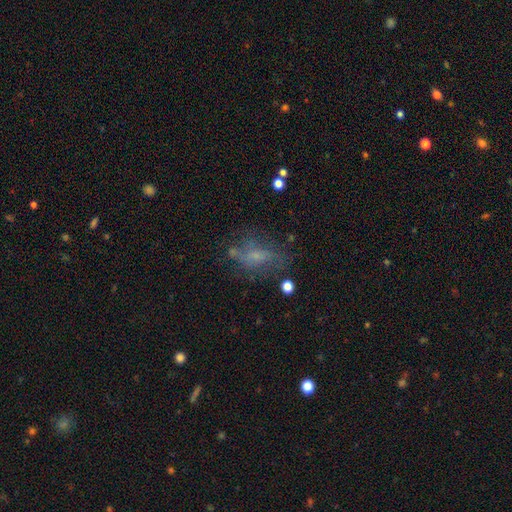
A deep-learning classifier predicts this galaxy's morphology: Overall: smooth (44%; featured or disk 39%). Merging: none (51%; minor disturbance 22%).